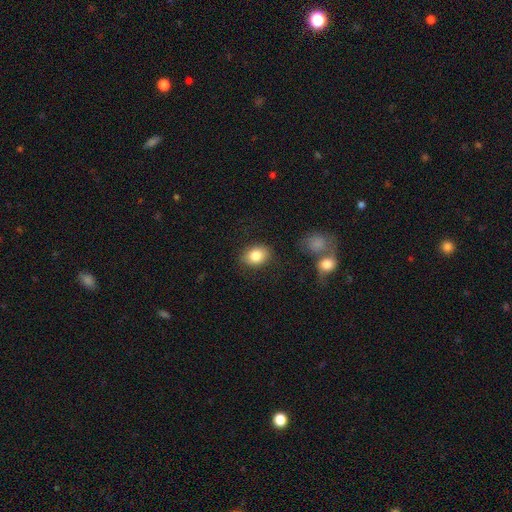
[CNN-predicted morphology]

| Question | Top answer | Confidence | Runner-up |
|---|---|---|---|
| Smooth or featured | smooth | 84% | featured or disk (8%) |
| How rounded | in between | 72% | round (27%) |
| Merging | none | 82% | minor disturbance (12%) |